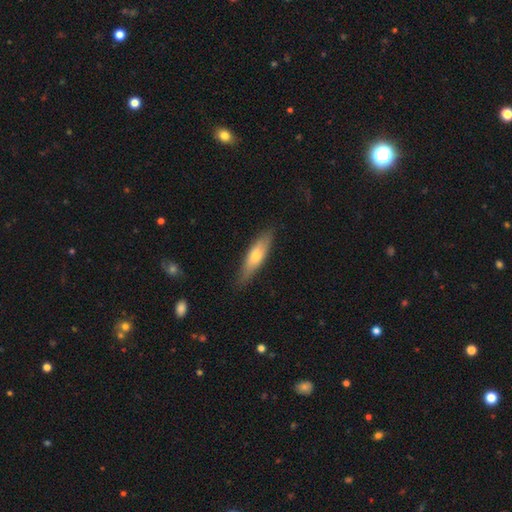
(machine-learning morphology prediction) Smooth or featured? Predicted: smooth (p=0.55). How rounded? Predicted: cigar-shaped (p=0.67). Merging? Predicted: none (p=0.84).